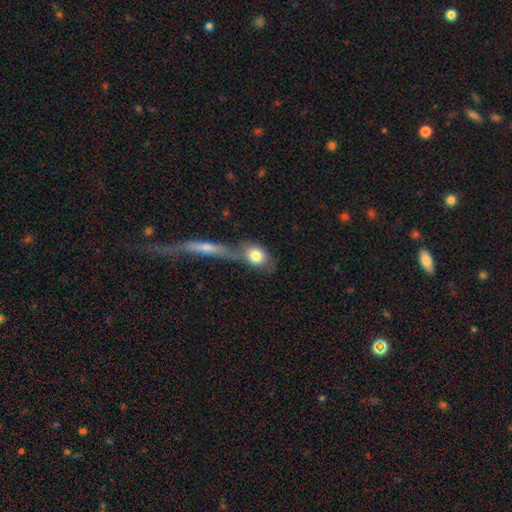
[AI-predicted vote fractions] Q: Smooth or featured?
A: smooth (77%); runner-up: featured or disk (16%)
Q: How rounded?
A: in between (57%); runner-up: round (36%)
Q: Merging?
A: merger (42%); runner-up: none (40%)